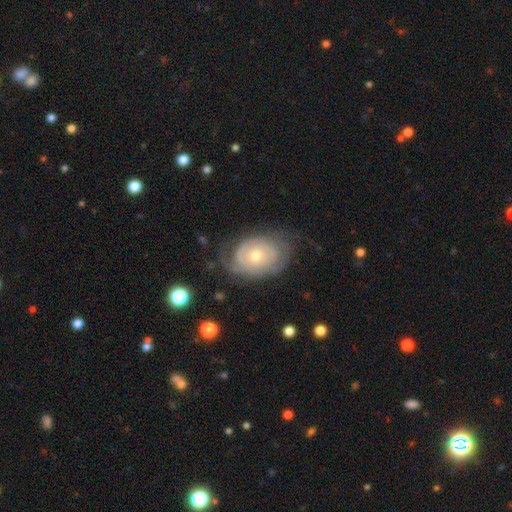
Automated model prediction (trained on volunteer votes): Smooth or featured? Predicted: featured or disk (p=0.74). Edge-on disk? Predicted: no (p=0.96). Bar? Predicted: no (p=0.82). Spiral arms? Predicted: yes (p=0.86). Spiral winding? Predicted: tight (p=0.69). Spiral arm count? Predicted: can't tell (p=0.46). Bulge size? Predicted: moderate (p=0.49). Merging? Predicted: none (p=0.63).